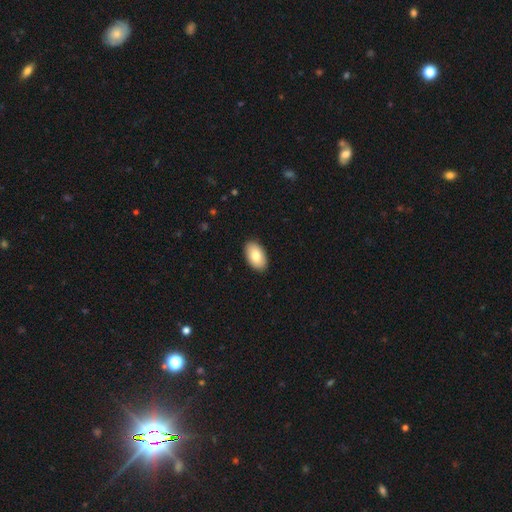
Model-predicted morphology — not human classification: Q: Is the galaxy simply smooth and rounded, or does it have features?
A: smooth — 83%.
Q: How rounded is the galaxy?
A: in between — 95%.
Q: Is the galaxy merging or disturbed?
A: none — 90%.